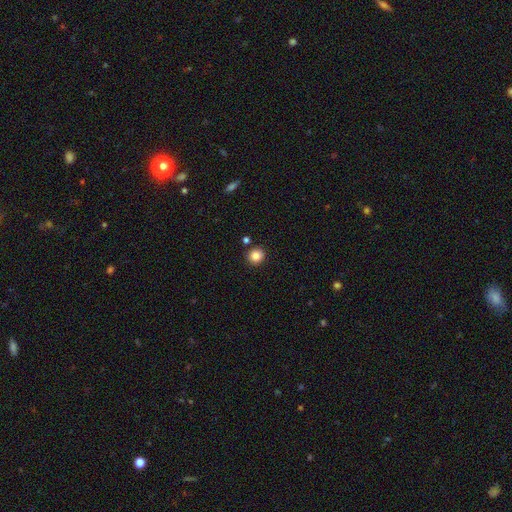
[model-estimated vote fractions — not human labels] smooth_or_featured: smooth (p=0.85) [alt: star or artifact p=0.10]
how_rounded: round (p=0.92) [alt: in between p=0.07]
merging: none (p=0.87) [alt: minor disturbance p=0.07]